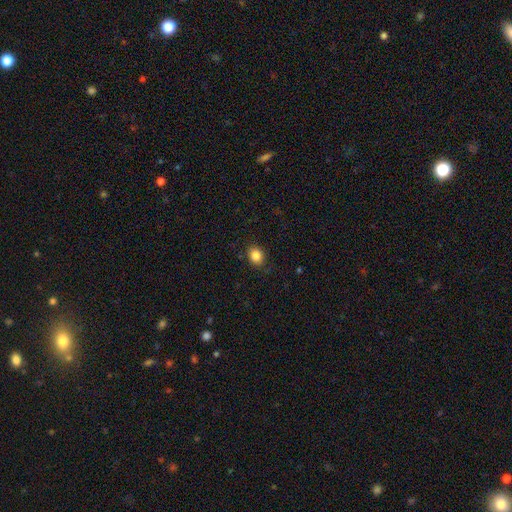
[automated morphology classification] Smooth or featured: smooth — 84% (star or artifact — 10%)
How rounded: round — 54% (in between — 45%)
Merging: none — 88% (minor disturbance — 9%)